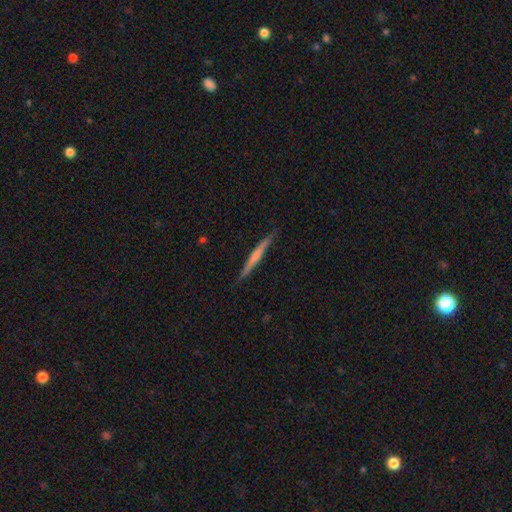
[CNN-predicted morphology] Smooth or featured? Predicted: featured or disk (p=0.55). Edge-on disk? Predicted: yes (p=0.97). Edge-on bulge? Predicted: none (p=0.52). Merging? Predicted: none (p=0.88).